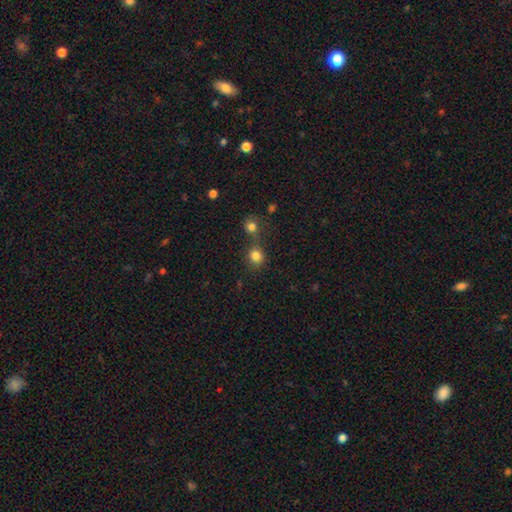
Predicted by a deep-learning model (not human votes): smooth 81%, star or artifact 13%, featured or disk 6%. Down the decision tree: how rounded — round (88%); merging — none (62%).